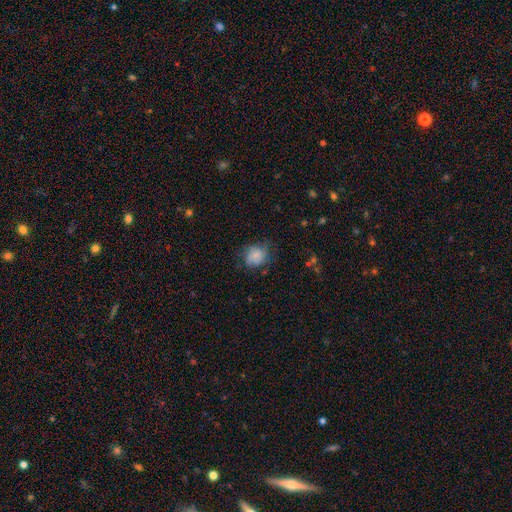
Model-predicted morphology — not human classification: Smooth or featured? Predicted: smooth (p=0.75). How rounded? Predicted: round (p=0.66). Merging? Predicted: none (p=0.56).